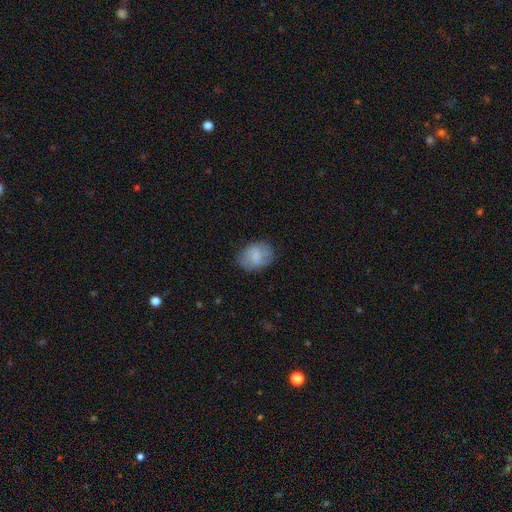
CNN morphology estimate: This appears to be a smooth galaxy with no disk features (73%) that is in between round and cigar-shaped (73%). Merging: none (74%).